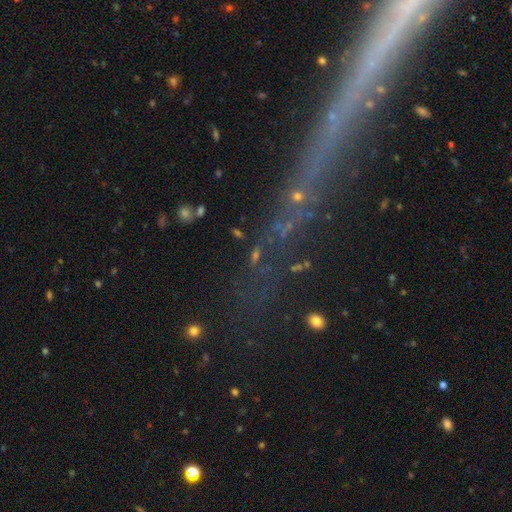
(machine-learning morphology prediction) smooth_or_featured: star or artifact (p=0.46) [alt: smooth p=0.31]